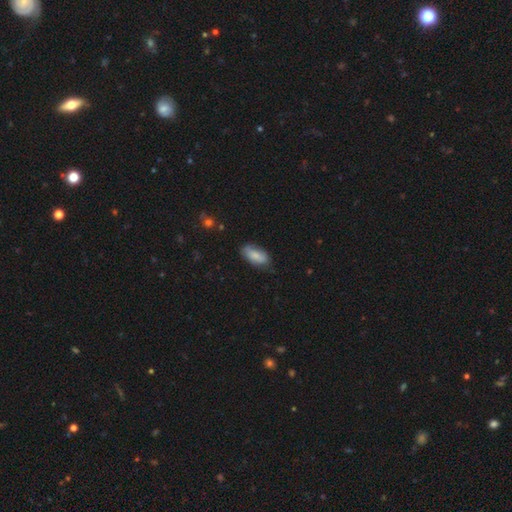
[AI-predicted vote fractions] Overall: smooth (79%). How rounded: in between (90%). Merging: none (70%).